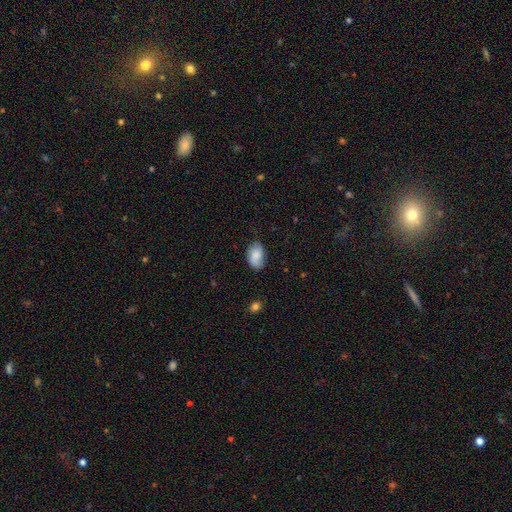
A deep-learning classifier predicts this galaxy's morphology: smooth_or_featured: smooth (p=0.77) [alt: featured or disk p=0.16]
how_rounded: in between (p=0.87) [alt: round p=0.12]
merging: none (p=0.65) [alt: minor disturbance p=0.27]